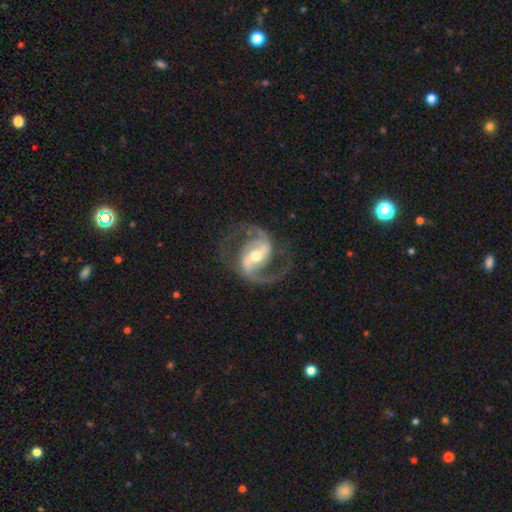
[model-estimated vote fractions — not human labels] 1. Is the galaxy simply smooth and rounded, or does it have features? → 92% featured or disk, 4% star or artifact, 4% smooth.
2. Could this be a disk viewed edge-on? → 97% no, 3% yes.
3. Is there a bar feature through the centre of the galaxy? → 47% strong, 38% weak, 15% no.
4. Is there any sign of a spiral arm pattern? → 98% yes, 2% no.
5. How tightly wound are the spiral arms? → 61% medium, 28% loose, 12% tight.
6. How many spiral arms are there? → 94% 2, 2% can't tell, 2% 1, 1% 3, 1% 4, 1% more than 4.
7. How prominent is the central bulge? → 63% moderate, 29% small, 6% large, 1% none, 1% dominant.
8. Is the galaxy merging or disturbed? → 78% none, 12% minor disturbance, 8% major disturbance, 1% merger.